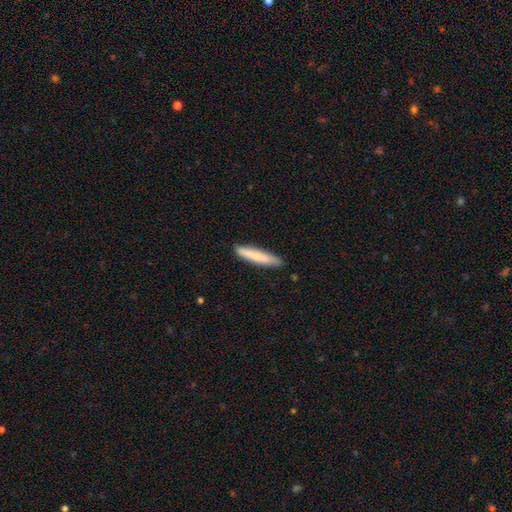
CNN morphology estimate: Smooth or featured? smooth (77%)
How rounded? cigar-shaped (91%)
Merging? none (87%)